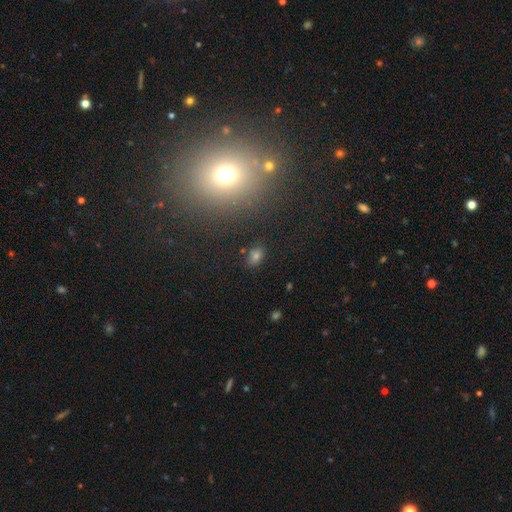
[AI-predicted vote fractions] smooth_or_featured: smooth (p=0.66) [alt: star or artifact p=0.24]
how_rounded: in between (p=0.77) [alt: round p=0.21]
merging: none (p=0.80) [alt: minor disturbance p=0.12]